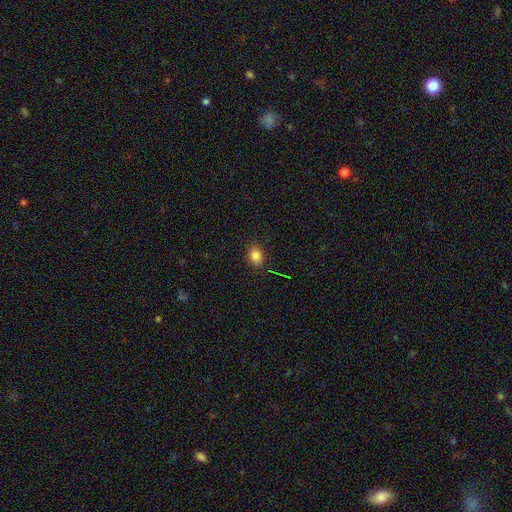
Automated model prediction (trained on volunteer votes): Q: Smooth or featured?
A: smooth (83%); runner-up: star or artifact (11%)
Q: How rounded?
A: in between (61%); runner-up: round (37%)
Q: Merging?
A: none (87%); runner-up: minor disturbance (9%)